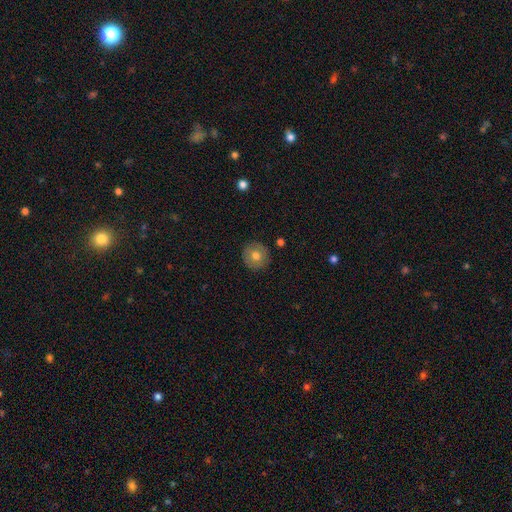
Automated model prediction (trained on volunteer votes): Morphology: type=smooth (72%); roundness=round (94%); merging=none (91%).